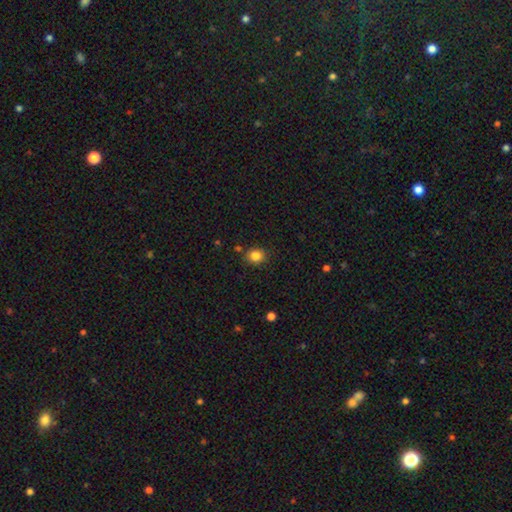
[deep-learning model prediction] smooth-or-featured: smooth: 84% | star or artifact: 11% | featured or disk: 5%
  how-rounded: round: 71% | in between: 28% | cigar-shaped: 1%
  merging: none: 83% | minor disturbance: 11% | merger: 4% | major disturbance: 3%